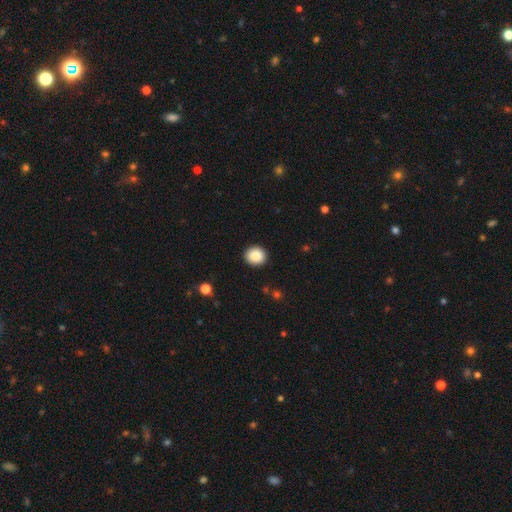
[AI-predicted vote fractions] Q: Smooth or featured?
A: smooth (88%); runner-up: star or artifact (9%)
Q: How rounded?
A: round (83%); runner-up: in between (16%)
Q: Merging?
A: none (91%); runner-up: minor disturbance (6%)